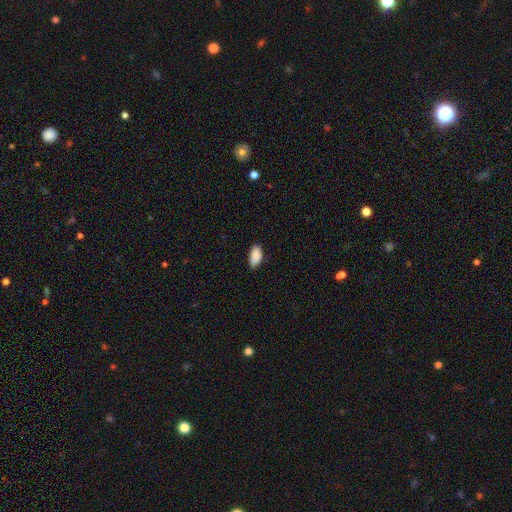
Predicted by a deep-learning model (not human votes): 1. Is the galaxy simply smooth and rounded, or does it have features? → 88% smooth, 7% star or artifact, 5% featured or disk.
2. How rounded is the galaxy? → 94% in between, 3% round, 3% cigar-shaped.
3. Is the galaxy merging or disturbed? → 71% none, 25% minor disturbance, 3% major disturbance, 1% merger.